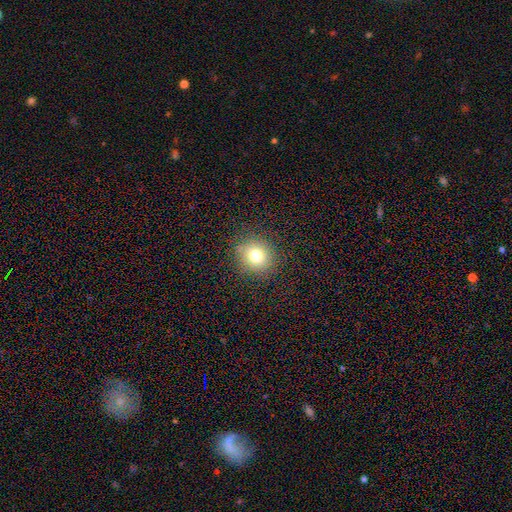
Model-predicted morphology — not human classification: Smooth or featured? smooth (75%)
How rounded? round (87%)
Merging? none (86%)